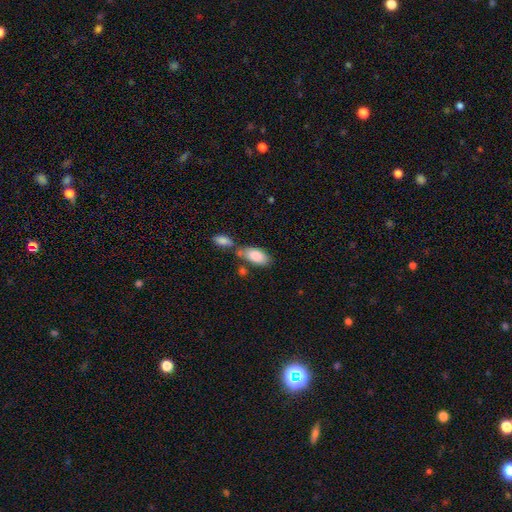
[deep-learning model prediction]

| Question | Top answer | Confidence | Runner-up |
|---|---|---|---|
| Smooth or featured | smooth | 84% | featured or disk (10%) |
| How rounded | in between | 91% | cigar-shaped (6%) |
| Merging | none | 49% | merger (30%) |